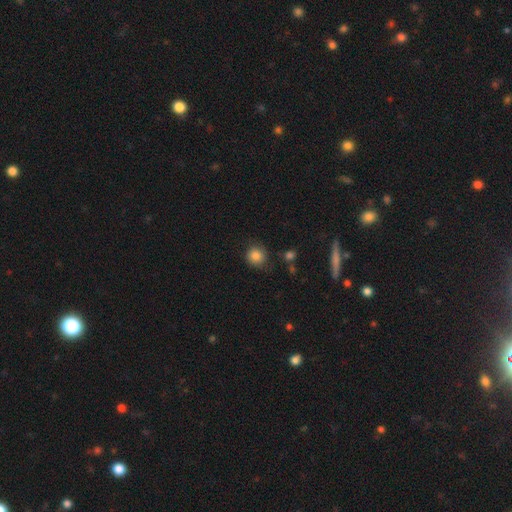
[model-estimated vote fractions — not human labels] The model was most divided on "merging": none: 77%, minor disturbance: 16%, major disturbance: 5%, merger: 3%. More confident: how rounded — round (88%); smooth or featured — smooth (84%).